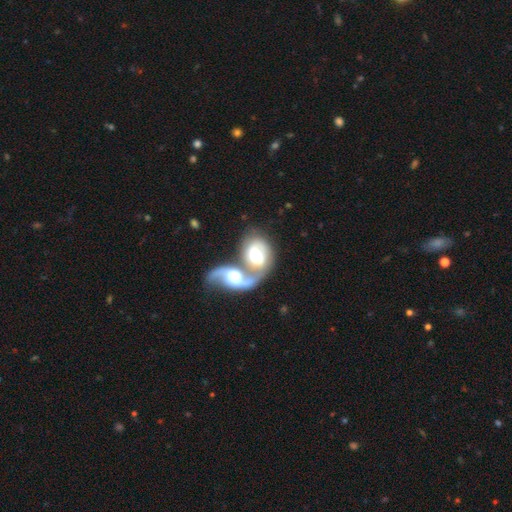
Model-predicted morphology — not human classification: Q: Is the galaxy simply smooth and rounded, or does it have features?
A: featured or disk — 67%.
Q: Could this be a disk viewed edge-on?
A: no — 94%.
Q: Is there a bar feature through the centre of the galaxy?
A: no — 41%.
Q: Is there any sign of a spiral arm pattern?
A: yes — 84%.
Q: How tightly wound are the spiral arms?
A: loose — 46%.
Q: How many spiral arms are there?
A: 2 — 73%.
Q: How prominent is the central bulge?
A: moderate — 50%.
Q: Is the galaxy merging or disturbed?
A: merger — 75%.